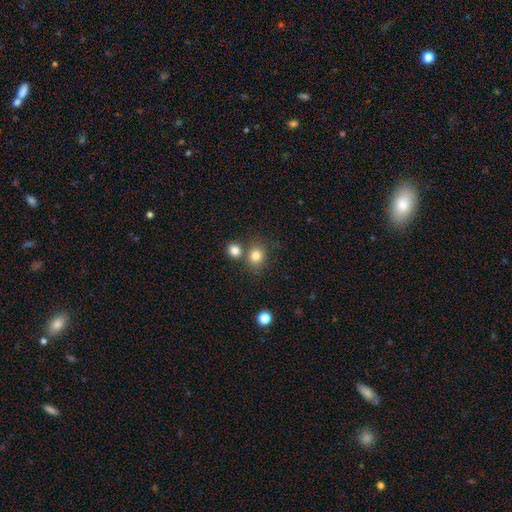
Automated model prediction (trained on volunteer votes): Smooth or featured? Predicted: smooth (p=0.81). How rounded? Predicted: round (p=0.79). Merging? Predicted: none (p=0.64).